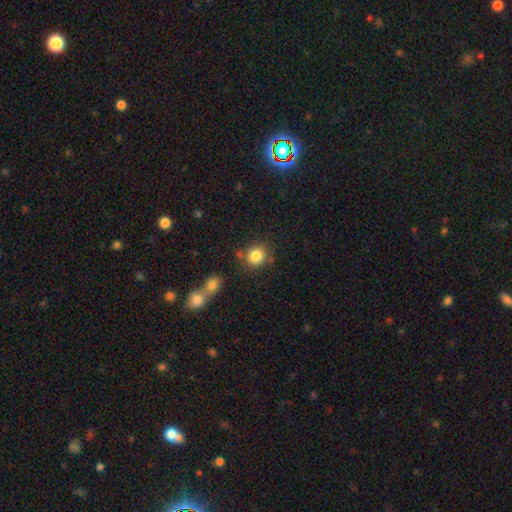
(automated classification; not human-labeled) Smooth or featured?
  - smooth: 84% *
  - star or artifact: 10%
  - featured or disk: 6%
How rounded?
  - round: 82% *
  - in between: 17%
  - cigar-shaped: 1%
Merging?
  - none: 73% *
  - minor disturbance: 12%
  - merger: 11%
  - major disturbance: 4%